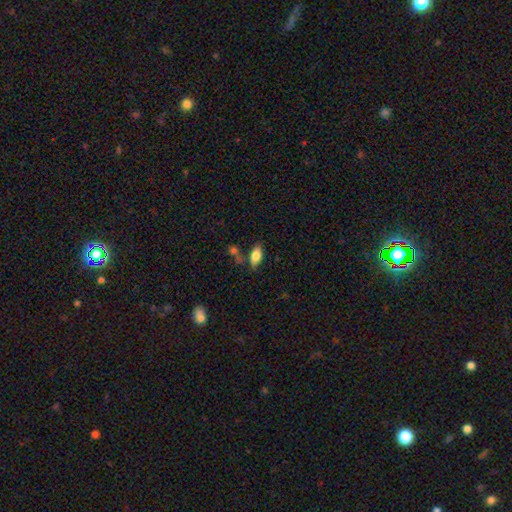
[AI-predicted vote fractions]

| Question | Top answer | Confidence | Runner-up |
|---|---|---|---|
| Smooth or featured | smooth | 79% | featured or disk (13%) |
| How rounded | in between | 88% | cigar-shaped (9%) |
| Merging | none | 71% | minor disturbance (15%) |